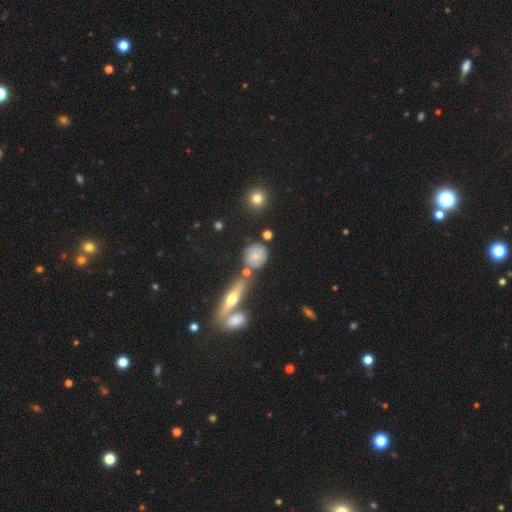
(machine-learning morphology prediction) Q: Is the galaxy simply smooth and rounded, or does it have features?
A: smooth — 54%.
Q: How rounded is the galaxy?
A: round — 76%.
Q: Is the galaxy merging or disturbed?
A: none — 66%.